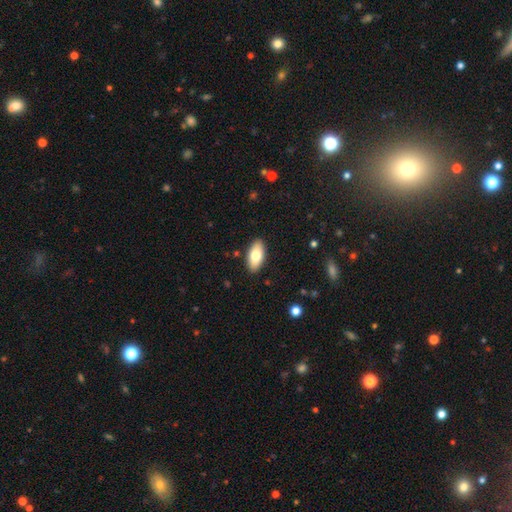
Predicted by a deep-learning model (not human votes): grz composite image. It shows a smooth galaxy with no disk features (75%) that is in between round and cigar-shaped (91%). Merging: none (89%).